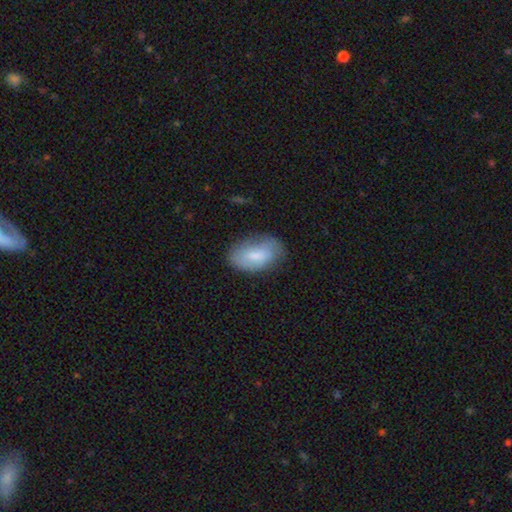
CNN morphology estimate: Smooth or featured? smooth (71%)
How rounded? in between (93%)
Merging? none (72%)